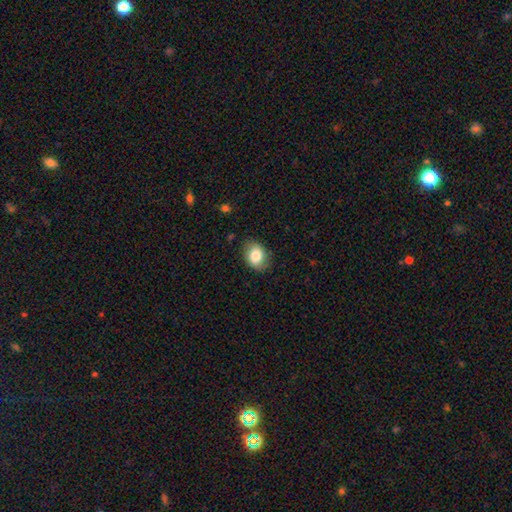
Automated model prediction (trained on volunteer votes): This appears to be a smooth galaxy with no disk features (81%) that is in between round and cigar-shaped (70%). Merging: none (80%).